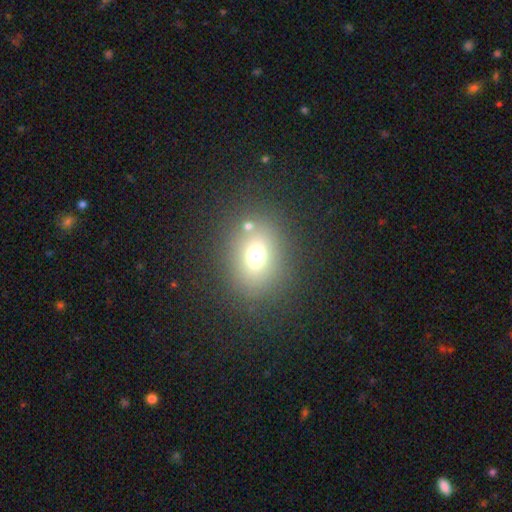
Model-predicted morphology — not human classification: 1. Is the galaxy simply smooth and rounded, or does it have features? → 70% smooth, 17% star or artifact, 13% featured or disk.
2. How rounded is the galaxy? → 50% round, 49% in between, 1% cigar-shaped.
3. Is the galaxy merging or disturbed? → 79% none, 10% minor disturbance, 6% merger, 5% major disturbance.